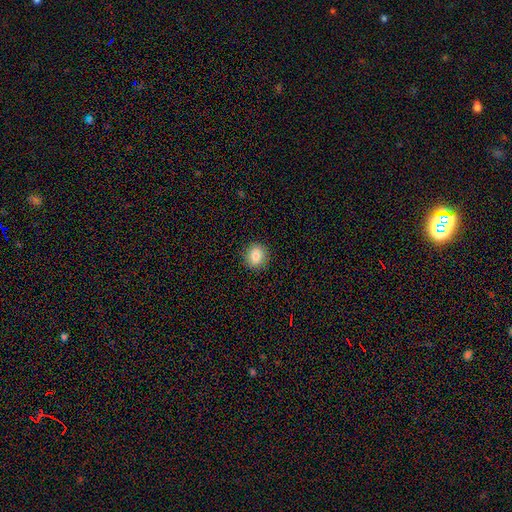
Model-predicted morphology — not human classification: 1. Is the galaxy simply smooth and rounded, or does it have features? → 84% smooth, 9% star or artifact, 7% featured or disk.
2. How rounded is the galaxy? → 77% round, 22% in between, 1% cigar-shaped.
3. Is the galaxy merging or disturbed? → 90% none, 7% minor disturbance, 2% major disturbance, 1% merger.